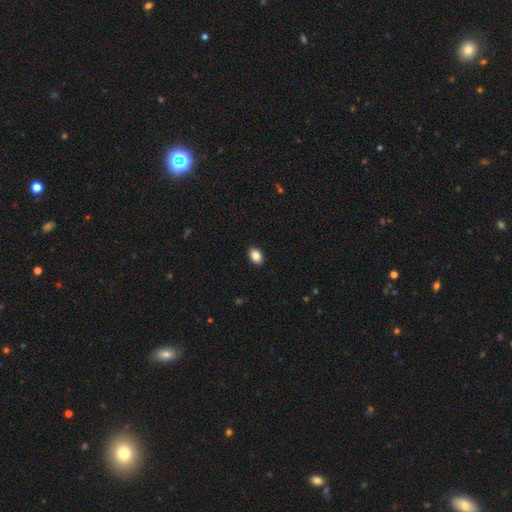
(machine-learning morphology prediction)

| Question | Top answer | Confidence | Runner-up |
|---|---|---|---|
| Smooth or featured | smooth | 87% | star or artifact (8%) |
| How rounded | in between | 83% | round (16%) |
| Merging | none | 90% | minor disturbance (7%) |